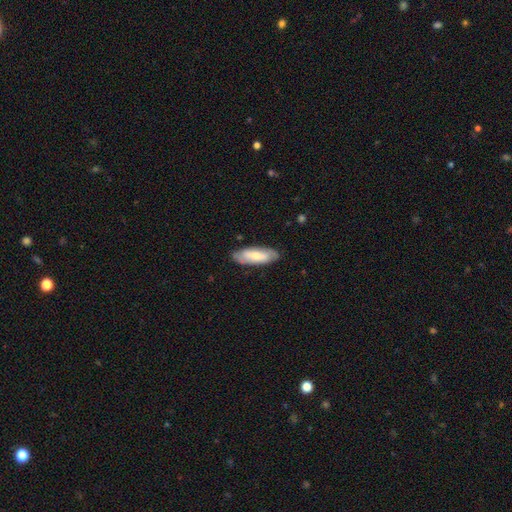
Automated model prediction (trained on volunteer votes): Smooth or featured? smooth (54%)
How rounded? in between (68%)
Merging? none (82%)